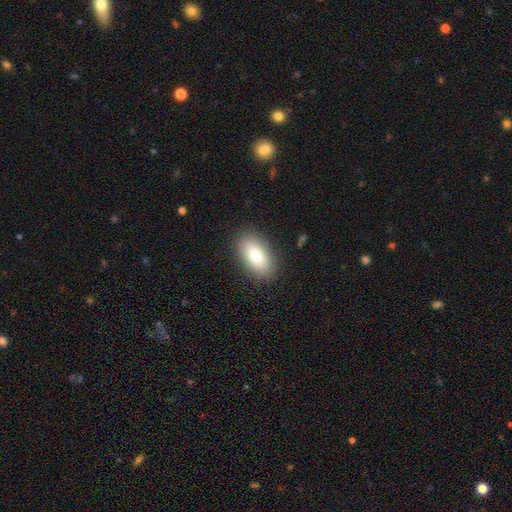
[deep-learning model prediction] smooth_or_featured: smooth (p=0.81) [alt: featured or disk p=0.12]
how_rounded: in between (p=0.92) [alt: cigar-shaped p=0.04]
merging: none (p=0.87) [alt: minor disturbance p=0.09]